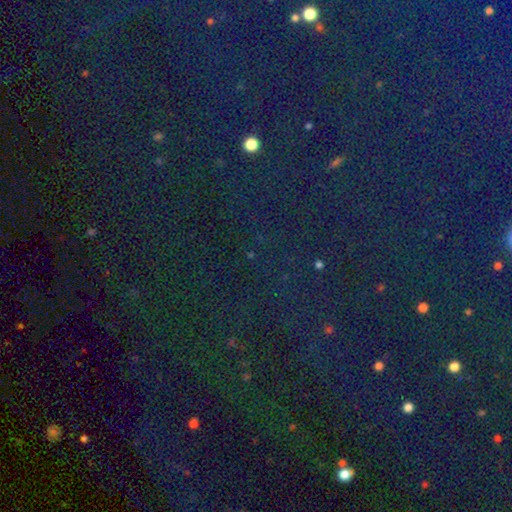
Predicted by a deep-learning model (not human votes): The model was most divided on "smooth or featured": star or artifact: 78%, smooth: 13%, featured or disk: 8%.